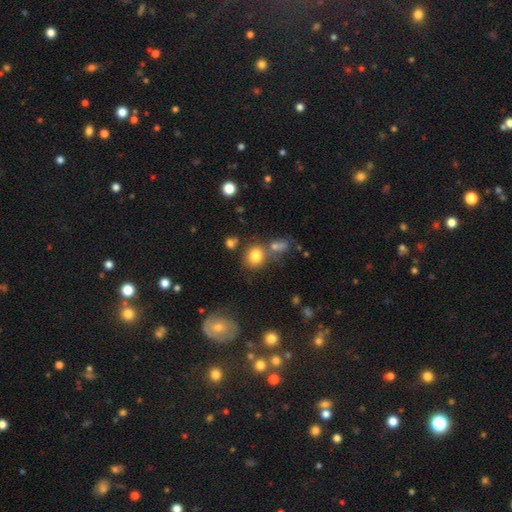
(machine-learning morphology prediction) Overall: smooth (80%). How rounded: round (62%; in between 37%). Merging: none (61%).